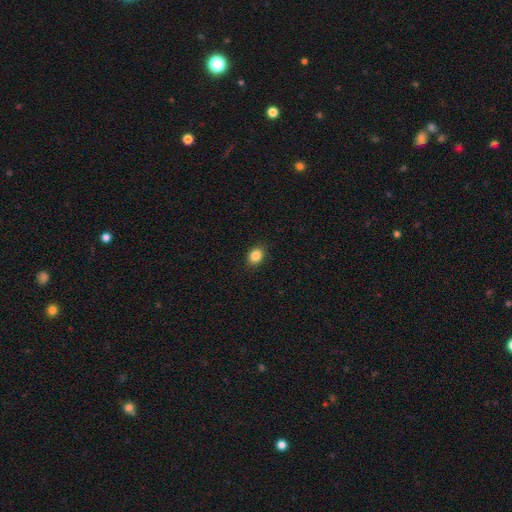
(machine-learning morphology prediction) This is clearly a smooth galaxy (86%). How rounded: possibly in between (60%). Merging: clearly none (89%).